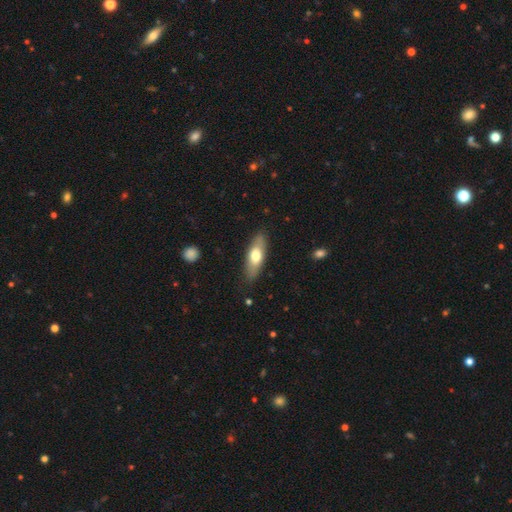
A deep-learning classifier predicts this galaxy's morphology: Smooth or featured? smooth (62%)
How rounded? in between (60%)
Merging? none (84%)